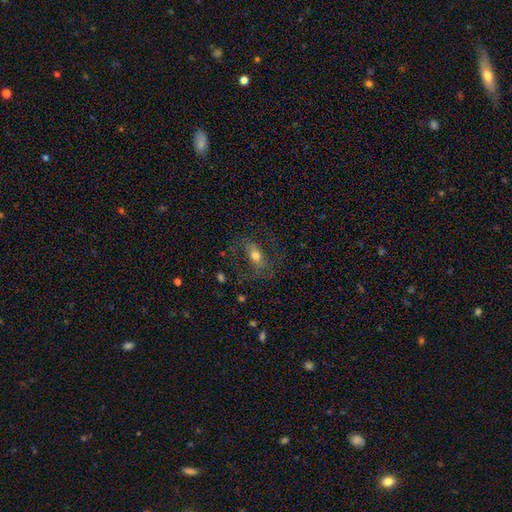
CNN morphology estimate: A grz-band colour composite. It shows a smooth galaxy with no disk features (46%). Merging: none (65%).